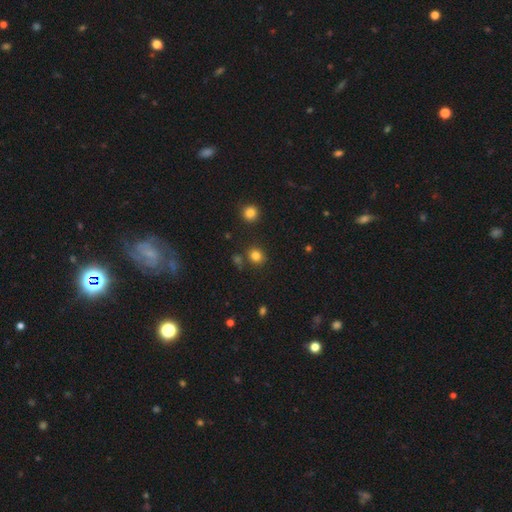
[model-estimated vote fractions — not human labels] Smooth or featured? smooth (81%)
How rounded? round (85%)
Merging? none (83%)